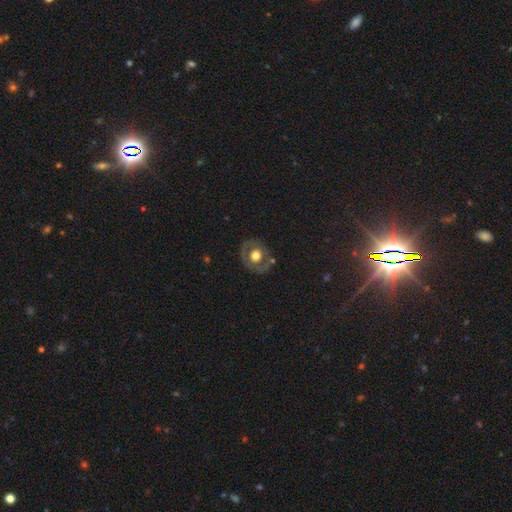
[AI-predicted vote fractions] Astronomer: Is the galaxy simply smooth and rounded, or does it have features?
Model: featured or disk — 49% (runner-up: smooth, 44%).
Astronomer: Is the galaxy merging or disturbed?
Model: none — 74%.